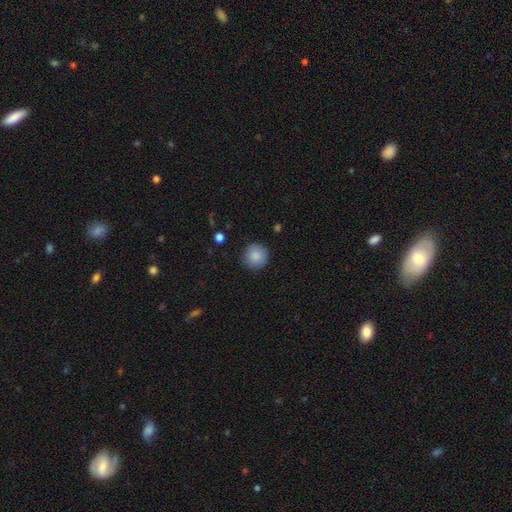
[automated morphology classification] smooth-or-featured: smooth: 88% | star or artifact: 8% | featured or disk: 4%
  how-rounded: round: 94% | in between: 5% | cigar-shaped: 1%
  merging: none: 89% | minor disturbance: 8% | major disturbance: 2% | merger: 1%